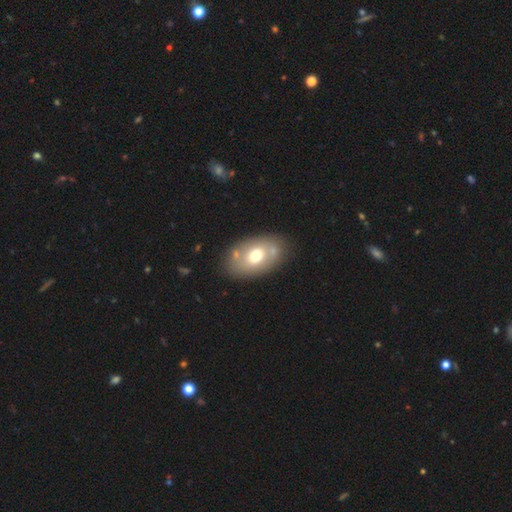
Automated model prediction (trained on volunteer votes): Q: Smooth or featured?
A: smooth (61%); runner-up: featured or disk (31%)
Q: How rounded?
A: in between (87%); runner-up: round (12%)
Q: Merging?
A: none (73%); runner-up: minor disturbance (14%)